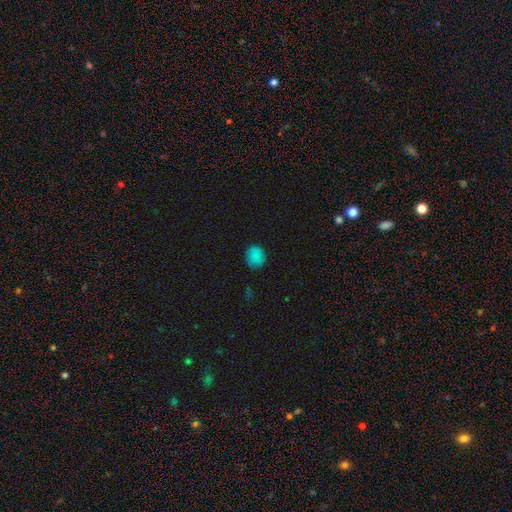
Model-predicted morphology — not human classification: Q: Smooth or featured?
A: smooth (84%); runner-up: star or artifact (12%)
Q: How rounded?
A: round (78%); runner-up: in between (21%)
Q: Merging?
A: none (84%); runner-up: minor disturbance (13%)